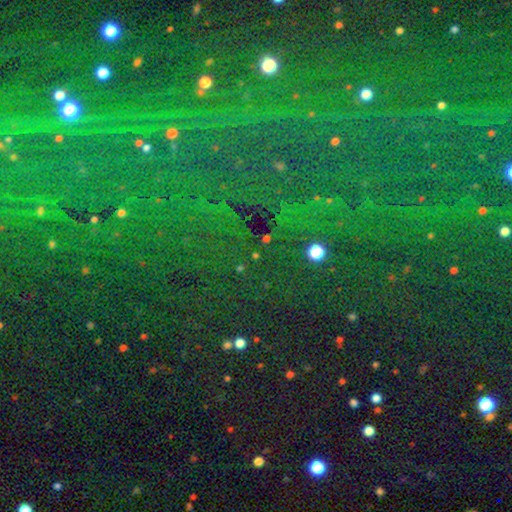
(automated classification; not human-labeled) Smooth or featured? star or artifact (75%)